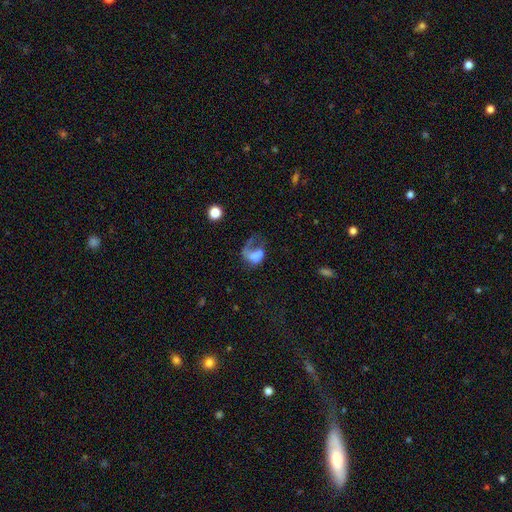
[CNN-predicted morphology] A featured or disk galaxy (46%). Merging: major disturbance (59%).